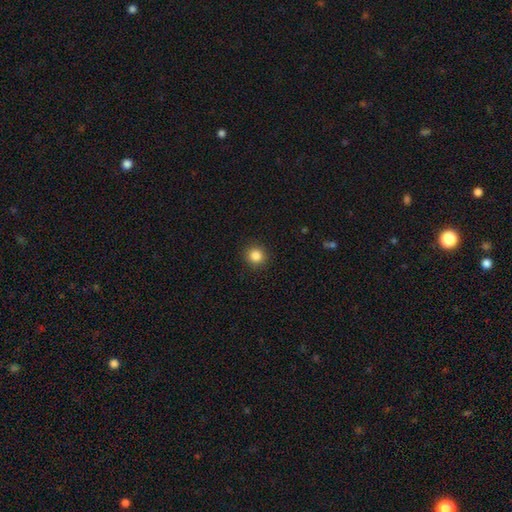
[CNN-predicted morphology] A smooth galaxy with no disk features (85%) that is round (92%). Merging: none (92%).